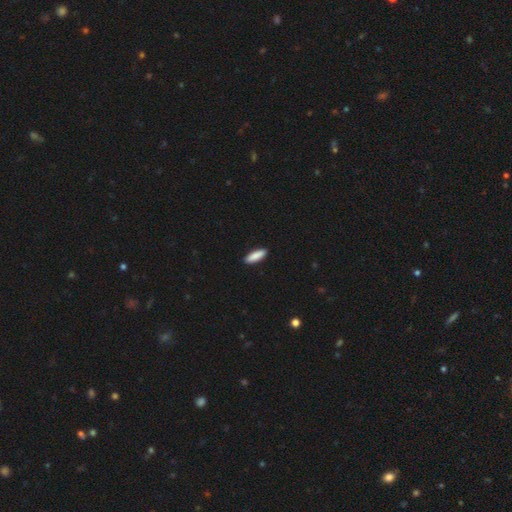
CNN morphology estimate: Smooth or featured?
  - smooth: 89% *
  - featured or disk: 6%
  - star or artifact: 5%
How rounded?
  - in between: 51% *
  - cigar-shaped: 48%
  - round: 2%
Merging?
  - none: 91% *
  - minor disturbance: 6%
  - major disturbance: 1%
  - merger: 1%